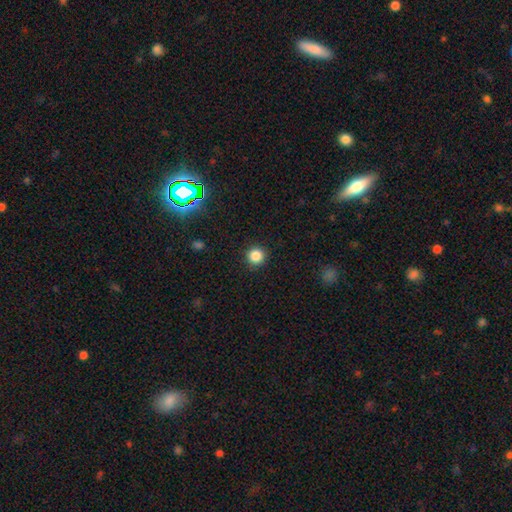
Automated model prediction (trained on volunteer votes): Smooth or featured?
  - smooth: 85% *
  - star or artifact: 11%
  - featured or disk: 4%
How rounded?
  - round: 95% *
  - in between: 4%
  - cigar-shaped: 1%
Merging?
  - none: 92% *
  - minor disturbance: 5%
  - major disturbance: 2%
  - merger: 1%